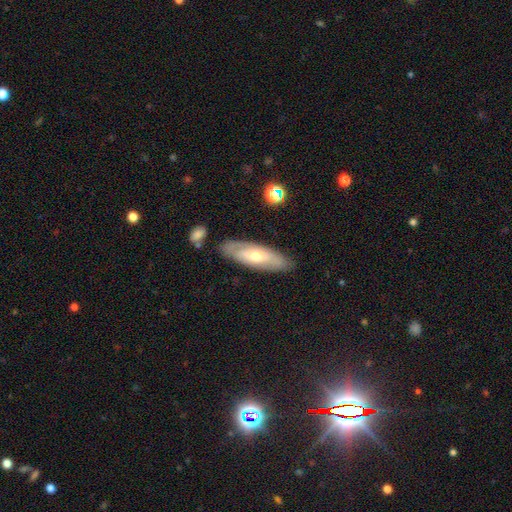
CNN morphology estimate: featured or disk 56%, smooth 37%, star or artifact 6%. Down the decision tree: edge-on disk — no (67%); merging — none (81%).